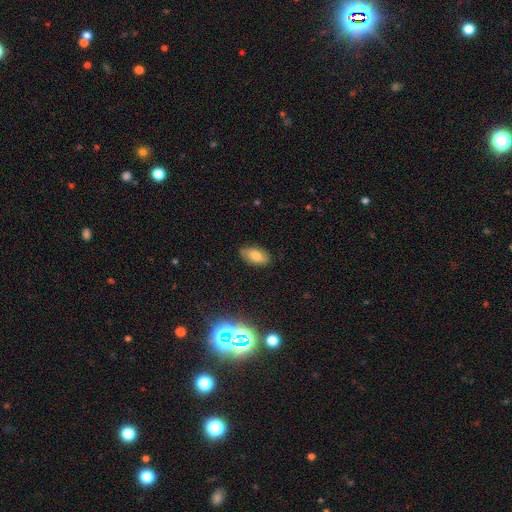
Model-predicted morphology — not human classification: type=smooth (77%); roundness=in between (93%); merging=none (83%).